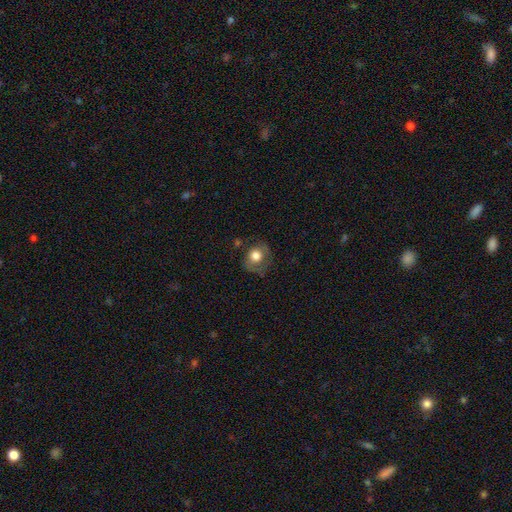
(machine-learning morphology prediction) Smooth or featured? smooth (68%)
How rounded? round (70%)
Merging? none (56%)